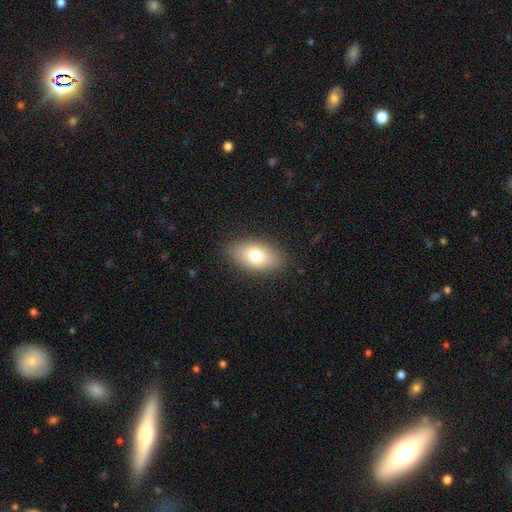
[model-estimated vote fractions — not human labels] The model was most divided on "smooth or featured": smooth: 76%, featured or disk: 16%, star or artifact: 8%. More confident: how rounded — in between (90%); merging — none (85%).